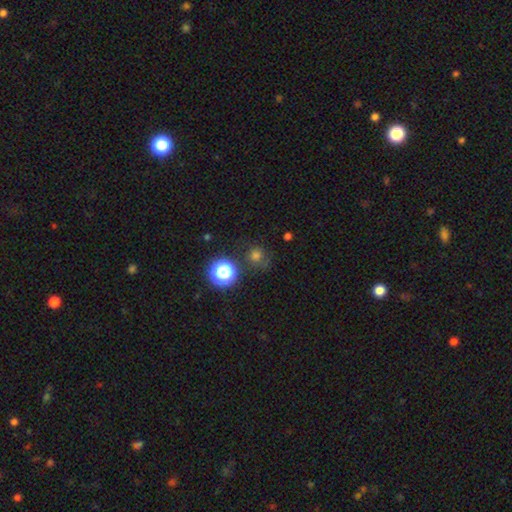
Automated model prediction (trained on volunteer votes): smooth_or_featured: smooth (p=0.68) [alt: star or artifact p=0.25]
how_rounded: round (p=0.90) [alt: in between p=0.09]
merging: none (p=0.73) [alt: minor disturbance p=0.15]